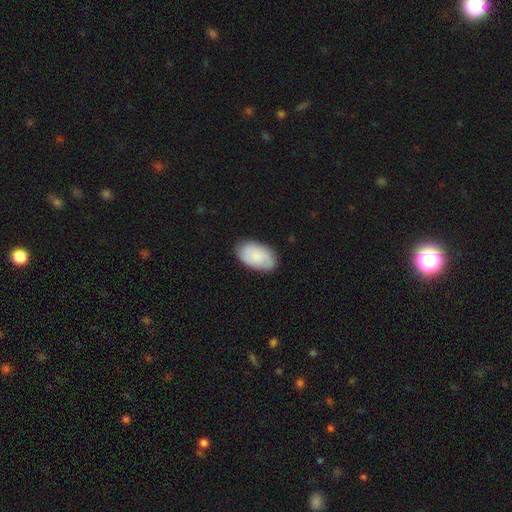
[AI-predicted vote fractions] Overall: smooth (73%). How rounded: in between (93%). Merging: none (82%).